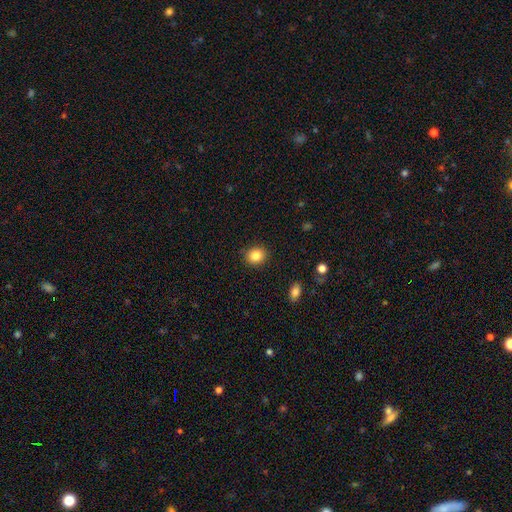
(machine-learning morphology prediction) Smooth or featured? smooth (85%)
How rounded? round (75%)
Merging? none (90%)